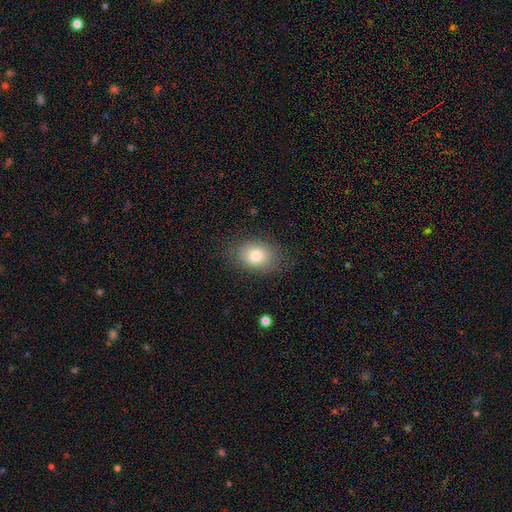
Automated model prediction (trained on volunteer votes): Smooth or featured? Predicted: smooth (p=0.79). How rounded? Predicted: in between (p=0.67). Merging? Predicted: none (p=0.79).